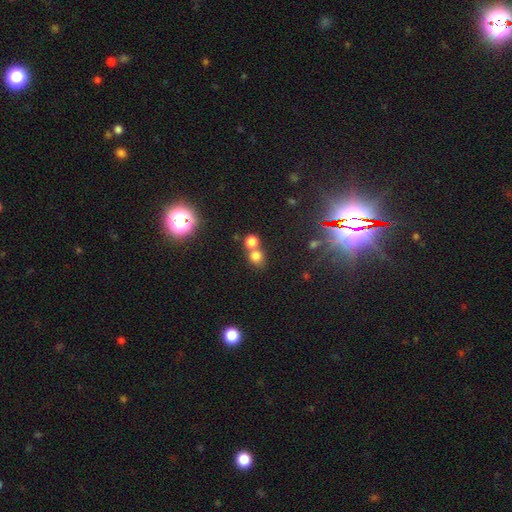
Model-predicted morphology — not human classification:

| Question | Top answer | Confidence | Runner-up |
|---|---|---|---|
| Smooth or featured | smooth | 73% | star or artifact (18%) |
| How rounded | round | 77% | in between (22%) |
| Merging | merger | 46% | none (45%) |